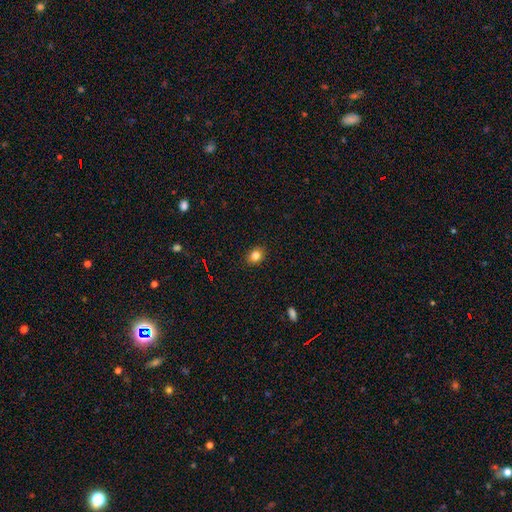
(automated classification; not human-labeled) Smooth or featured? smooth (82%)
How rounded? round (56%)
Merging? none (89%)